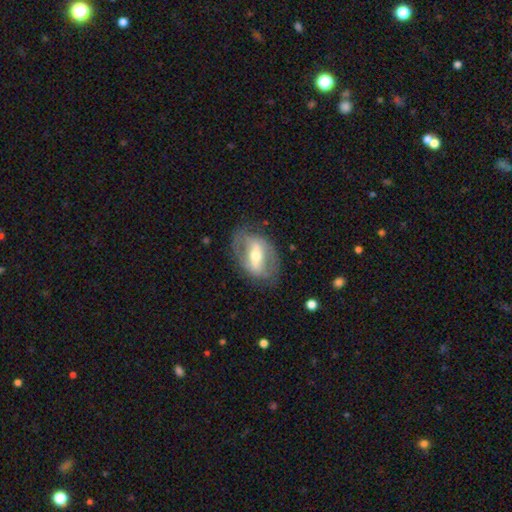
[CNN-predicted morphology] Smooth or featured?
  - featured or disk: 72% *
  - smooth: 23%
  - star or artifact: 6%
Edge-on disk?
  - no: 89% *
  - yes: 11%
Bar?
  - strong: 62% *
  - weak: 25%
  - no: 13%
Spiral arms?
  - no: 52% *
  - yes: 48%
Bulge size?
  - moderate: 67% *
  - small: 21%
  - large: 9%
  - dominant: 1%
  - none: 1%
Merging?
  - none: 72% *
  - minor disturbance: 17%
  - major disturbance: 10%
  - merger: 1%